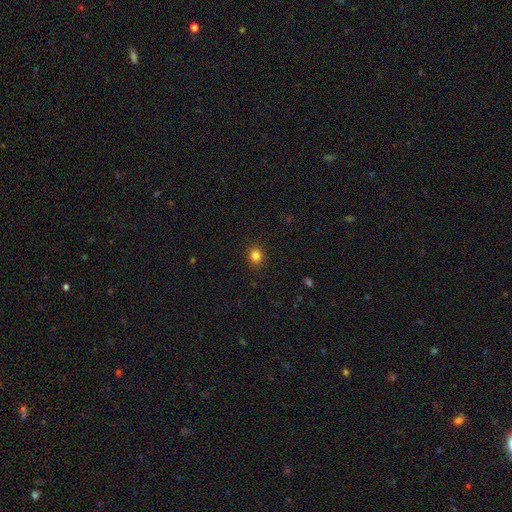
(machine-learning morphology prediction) Smooth or featured? smooth (83%)
How rounded? round (79%)
Merging? none (90%)